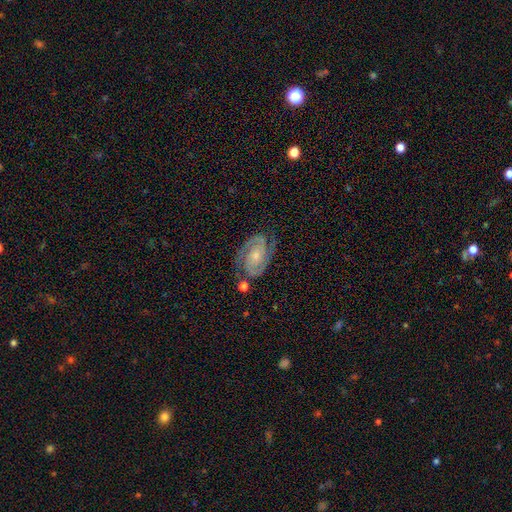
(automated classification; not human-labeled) Smooth or featured? Predicted: featured or disk (p=0.90). Edge-on disk? Predicted: no (p=0.97). Bar? Predicted: no (p=0.67). Spiral arms? Predicted: yes (p=0.98). Spiral winding? Predicted: tight (p=0.62). Spiral arm count? Predicted: 2 (p=0.92). Bulge size? Predicted: small (p=0.57). Merging? Predicted: none (p=0.79).